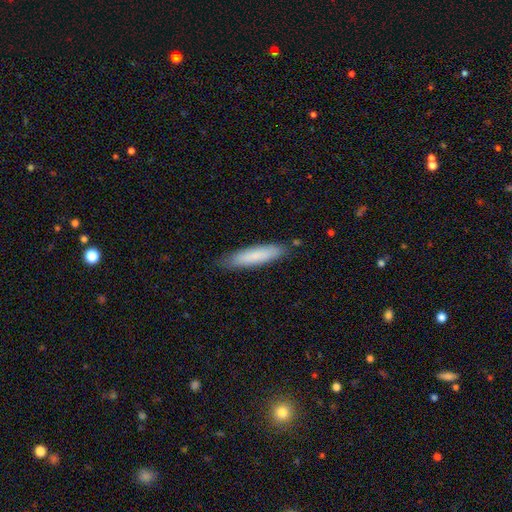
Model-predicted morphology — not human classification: Q: Smooth or featured?
A: smooth (81%); runner-up: featured or disk (14%)
Q: How rounded?
A: cigar-shaped (82%); runner-up: in between (17%)
Q: Merging?
A: none (84%); runner-up: minor disturbance (13%)